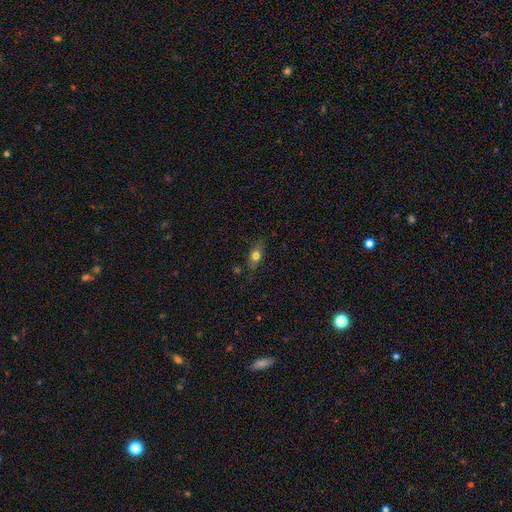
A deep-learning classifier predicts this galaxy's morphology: Smooth or featured? Predicted: smooth (p=0.64). How rounded? Predicted: in between (p=0.61). Merging? Predicted: none (p=0.74).